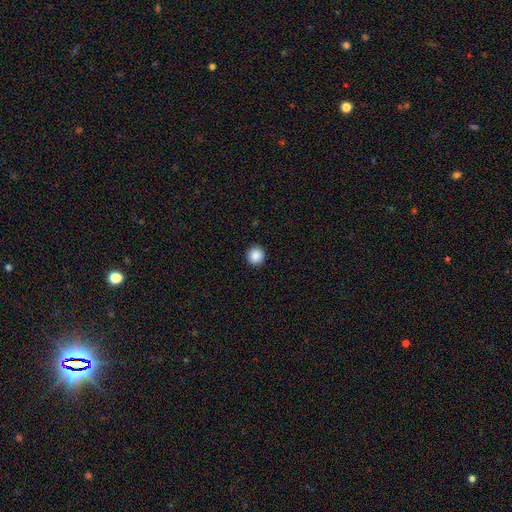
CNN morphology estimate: Smooth or featured? smooth (89%)
How rounded? round (95%)
Merging? none (93%)